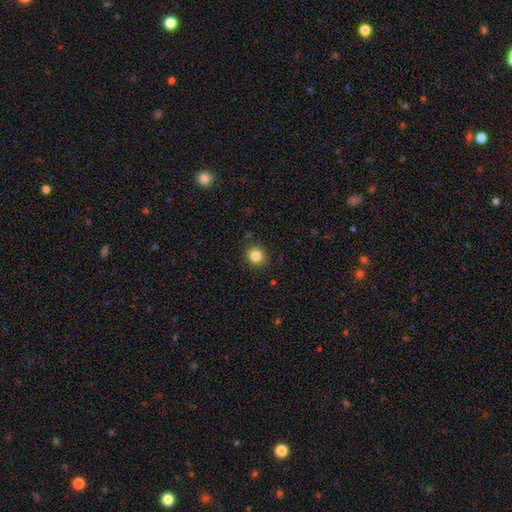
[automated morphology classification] type=smooth (84%); roundness=round (89%); merging=none (90%).